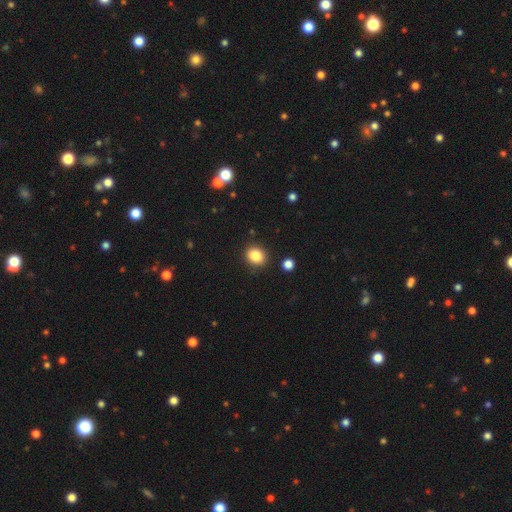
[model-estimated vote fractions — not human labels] This appears to be a smooth galaxy with no disk features (84%) that is round (64%). Merging: none (88%).